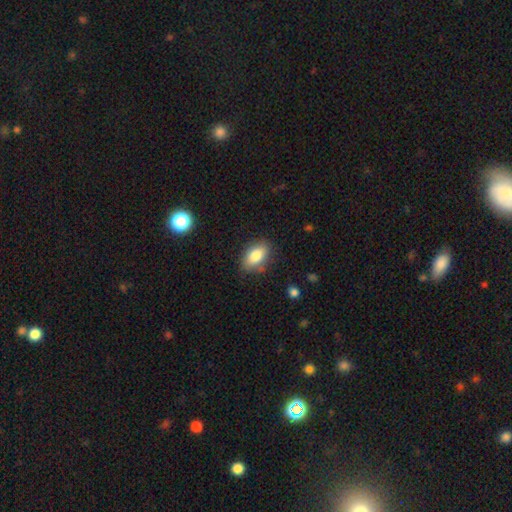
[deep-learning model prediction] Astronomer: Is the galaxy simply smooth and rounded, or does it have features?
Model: smooth — 82%.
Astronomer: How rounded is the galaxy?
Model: in between — 89%.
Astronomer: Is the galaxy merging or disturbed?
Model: none — 80%.